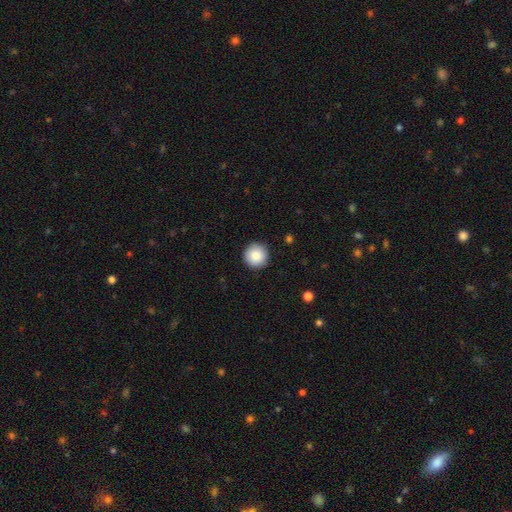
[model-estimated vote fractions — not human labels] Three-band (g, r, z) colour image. It shows a smooth galaxy with no disk features (88%) that is round (96%). Merging: none (91%).